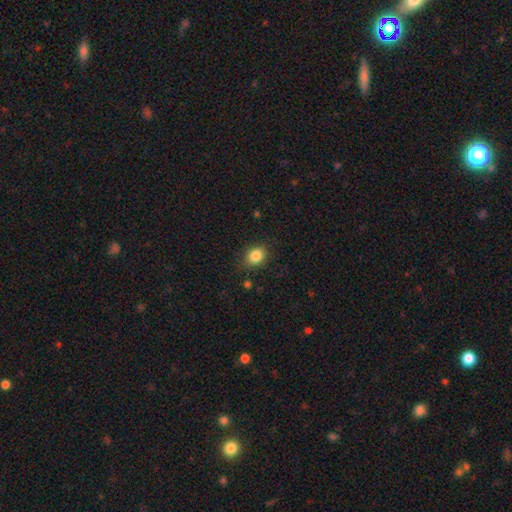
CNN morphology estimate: A smooth galaxy with no disk features (85%) that is in between round and cigar-shaped (57%).

Vote fractions:
- Smooth or featured? smooth: 85% / star or artifact: 10% / featured or disk: 6%
- How rounded? in between: 57% / round: 42% / cigar-shaped: 1%
- Merging? none: 84% / minor disturbance: 12% / major disturbance: 3% / merger: 1%